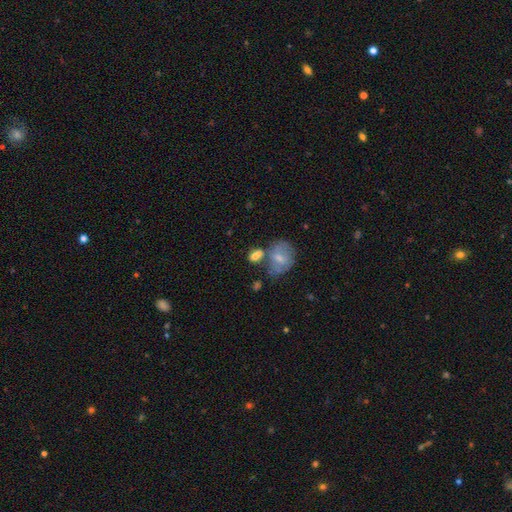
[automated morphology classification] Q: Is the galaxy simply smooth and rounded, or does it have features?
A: smooth — 69%.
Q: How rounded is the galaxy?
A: in between — 62%.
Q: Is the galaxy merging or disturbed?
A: merger — 39%.